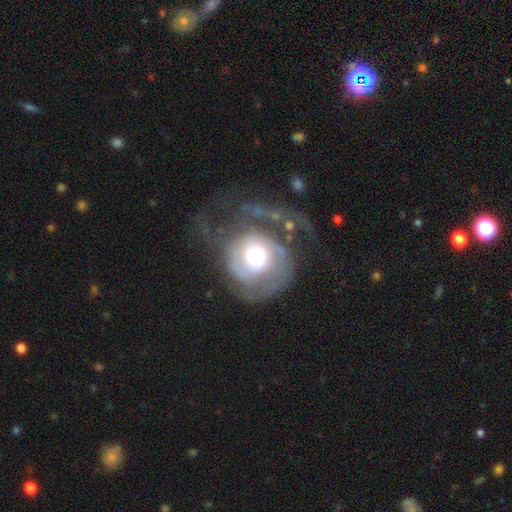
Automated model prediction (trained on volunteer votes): featured or disk 58%, smooth 33%, star or artifact 9%. Down the decision tree: edge-on disk — no (97%); bar — no (82%); spiral arms — yes (61%); bulge size — moderate (57%); merging — major disturbance (53%).